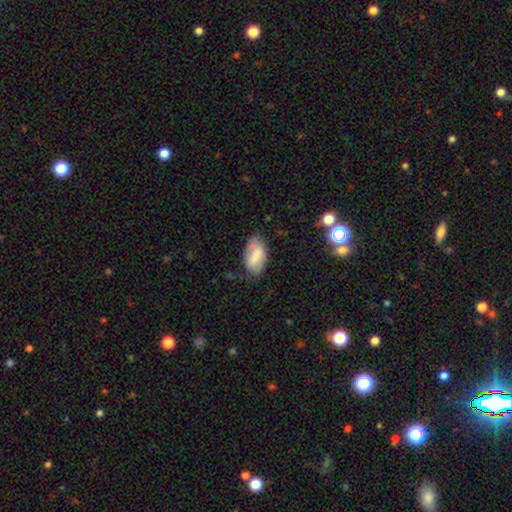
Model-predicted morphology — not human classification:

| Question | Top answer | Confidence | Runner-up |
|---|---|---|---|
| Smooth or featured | smooth | 67% | featured or disk (26%) |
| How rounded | in between | 92% | round (4%) |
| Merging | none | 66% | minor disturbance (24%) |